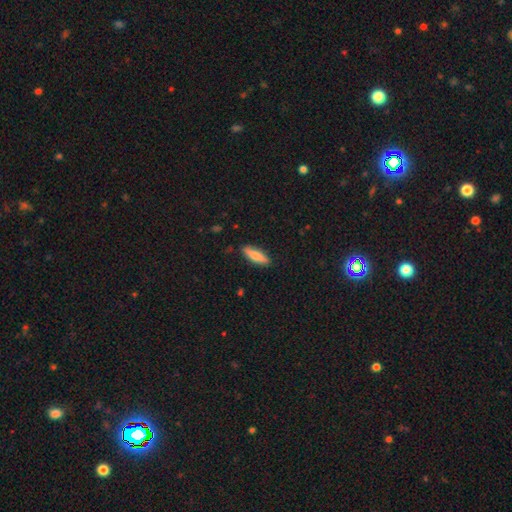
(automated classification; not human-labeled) Q: Smooth or featured?
A: smooth (73%); runner-up: featured or disk (21%)
Q: How rounded?
A: cigar-shaped (60%); runner-up: in between (38%)
Q: Merging?
A: none (87%); runner-up: minor disturbance (10%)